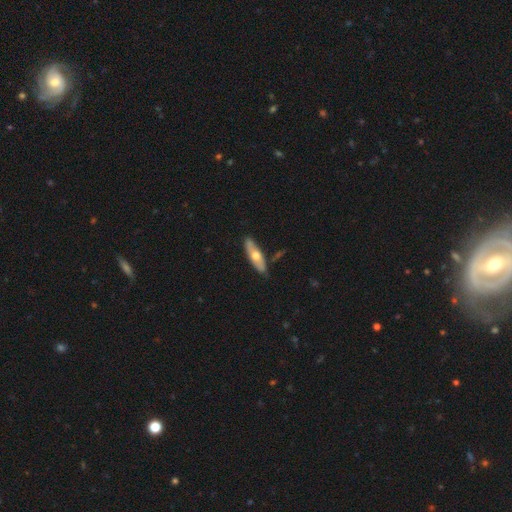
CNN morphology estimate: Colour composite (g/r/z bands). It shows a smooth galaxy with no disk features (53%) that is cigar-shaped (52%). Merging: none (81%).